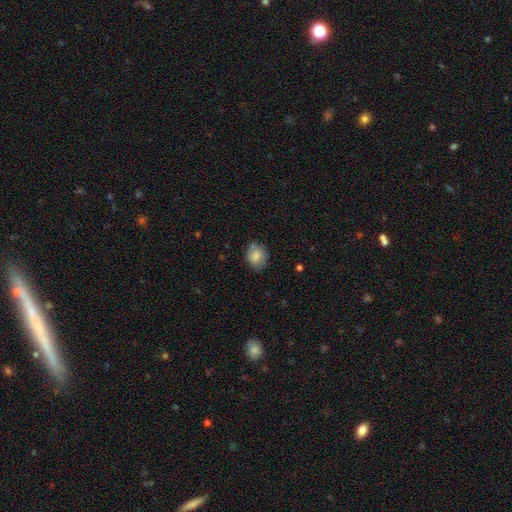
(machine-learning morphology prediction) The model was most divided on "how rounded": in between: 51%, round: 48%, cigar-shaped: 1%. More confident: smooth or featured — smooth (79%); merging — none (67%).